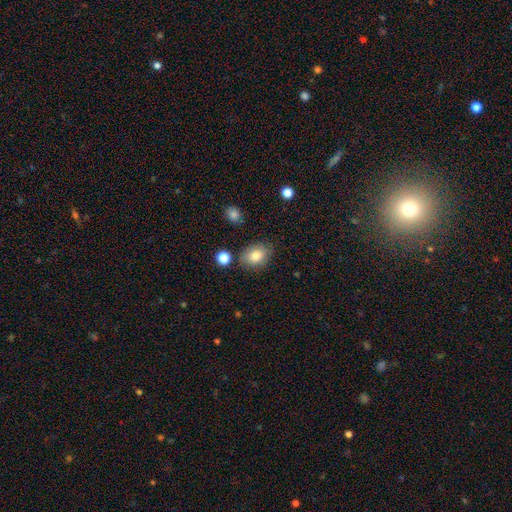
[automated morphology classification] The model was most divided on "how rounded": in between: 75%, round: 24%, cigar-shaped: 1%. More confident: smooth or featured — smooth (81%); merging — none (79%).